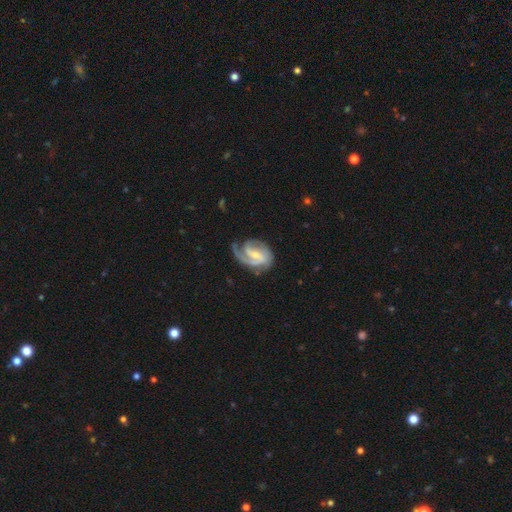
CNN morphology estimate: Smooth or featured?
  - featured or disk: 86% *
  - smooth: 9%
  - star or artifact: 5%
Edge-on disk?
  - no: 97% *
  - yes: 3%
Bar?
  - weak: 49% *
  - strong: 28%
  - no: 23%
Spiral arms?
  - yes: 96% *
  - no: 4%
Spiral winding?
  - medium: 44% *
  - tight: 40%
  - loose: 16%
Spiral arm count?
  - 2: 48% *
  - 1: 23%
  - 3: 14%
  - can't tell: 11%
  - 4: 2%
  - more than 4: 2%
Bulge size?
  - small: 58% *
  - moderate: 34%
  - none: 5%
  - large: 2%
  - dominant: 1%
Merging?
  - none: 56% *
  - minor disturbance: 24%
  - major disturbance: 18%
  - merger: 2%